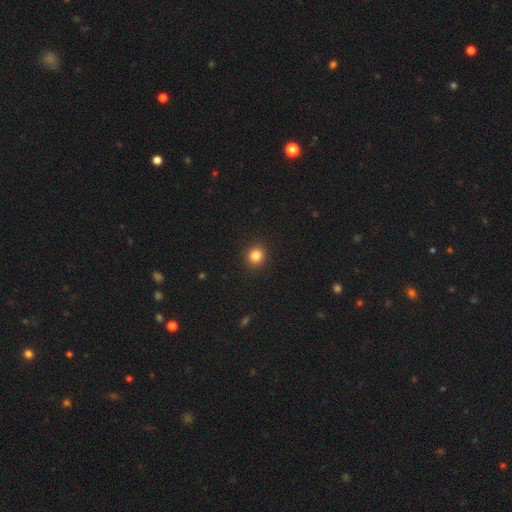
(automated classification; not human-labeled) This appears to be a smooth galaxy with no disk features (84%) that is round (87%). Merging: none (92%).